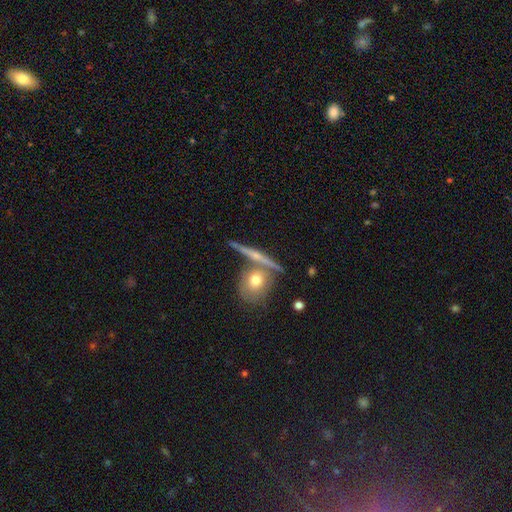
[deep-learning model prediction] smooth-or-featured: featured or disk: 64% | smooth: 28% | star or artifact: 8%
  disk-edge-on: yes: 92% | no: 8%
    edge-on-bulge: rounded: 67% | none: 26% | boxy: 7%
  merging: none: 68% | merger: 19% | minor disturbance: 10% | major disturbance: 3%